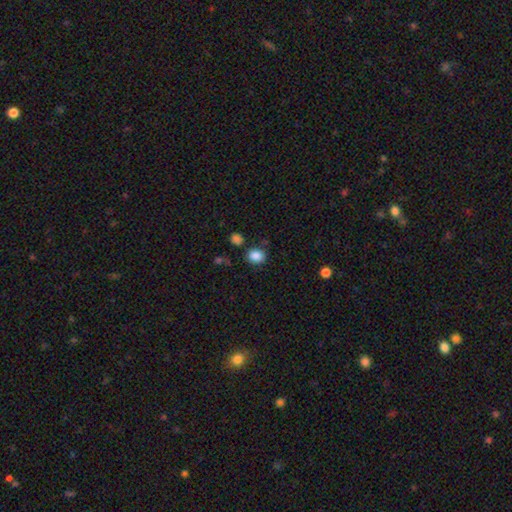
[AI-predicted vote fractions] smooth 86%, star or artifact 10%, featured or disk 4%. Down the decision tree: how rounded — round (59%); merging — none (80%).